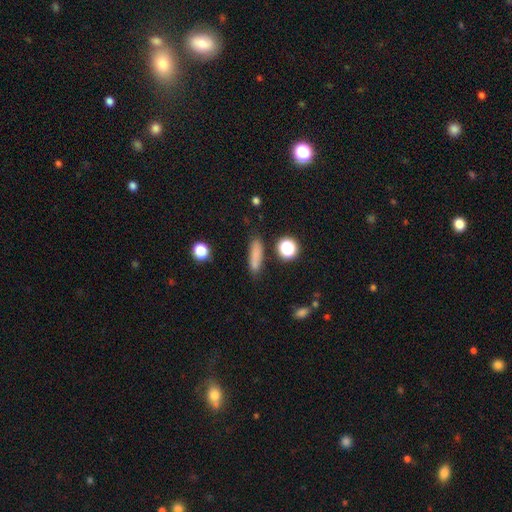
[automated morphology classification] smooth-or-featured: smooth: 79% | star or artifact: 12% | featured or disk: 9%
  how-rounded: cigar-shaped: 70% | in between: 24% | round: 6%
  merging: none: 79% | minor disturbance: 13% | merger: 4% | major disturbance: 4%